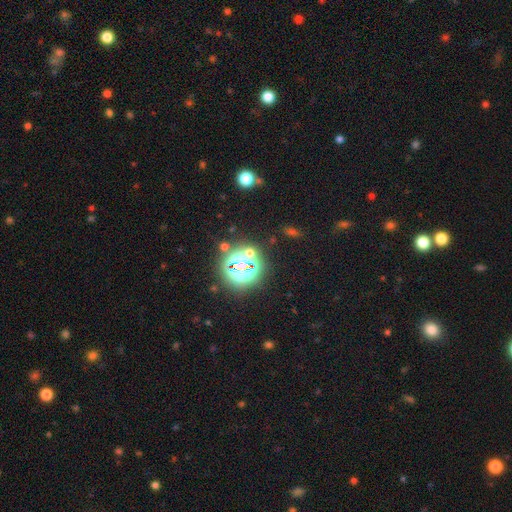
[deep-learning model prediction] star or artifact 80%, smooth 14%, featured or disk 6%.